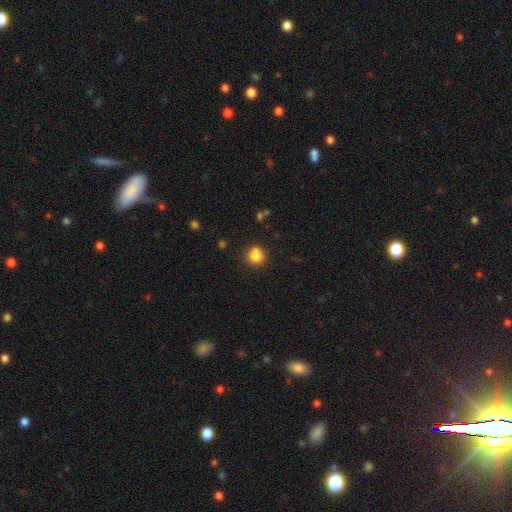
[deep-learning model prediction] smooth_or_featured: smooth (p=0.82) [alt: star or artifact p=0.11]
how_rounded: round (p=0.83) [alt: in between p=0.16]
merging: none (p=0.72) [alt: minor disturbance p=0.17]